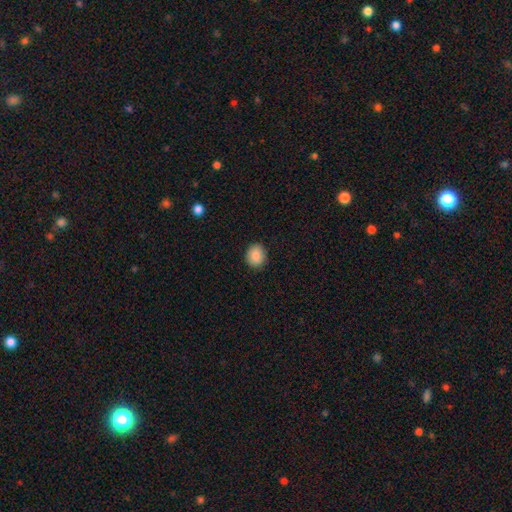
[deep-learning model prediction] A smooth galaxy with no disk features (88%) that is round (65%). Merging: none (87%).